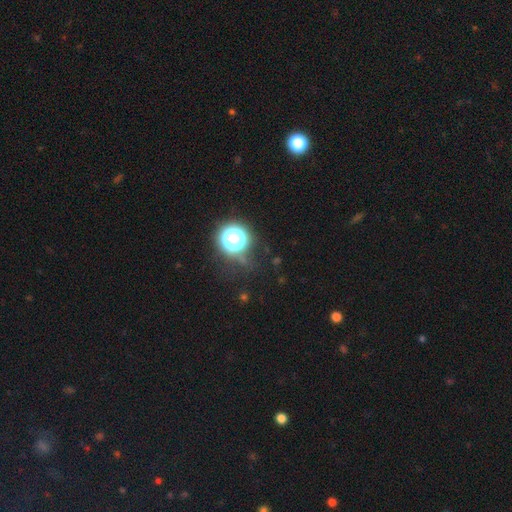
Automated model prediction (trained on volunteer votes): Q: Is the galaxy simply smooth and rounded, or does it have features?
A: star or artifact — 76%.